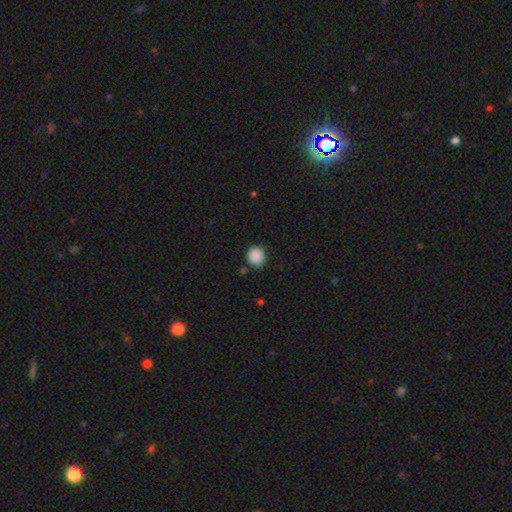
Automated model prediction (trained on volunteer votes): Overall: smooth (88%). How rounded: round (89%). Merging: none (82%).